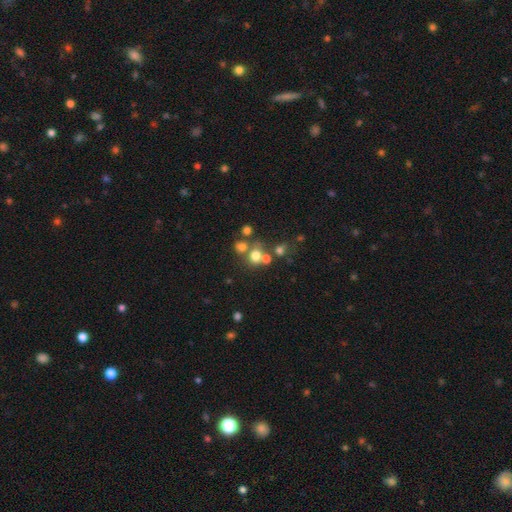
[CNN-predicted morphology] The model was most divided on "merging": none: 48%, merger: 36%, minor disturbance: 10%, major disturbance: 7%. More confident: how rounded — round (75%); smooth or featured — smooth (65%).